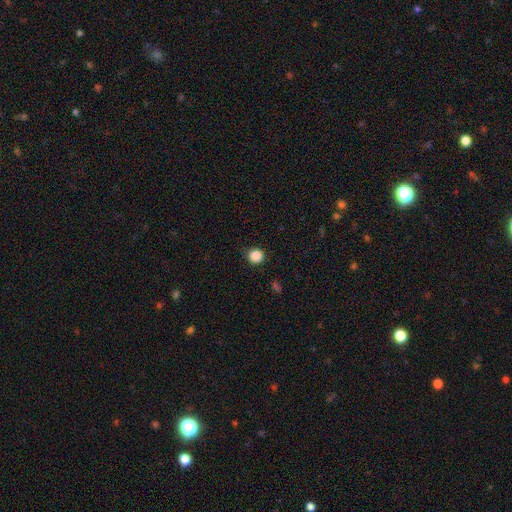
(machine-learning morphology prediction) This appears to be a smooth galaxy with no disk features (87%) that is round (94%). Merging: none (88%).